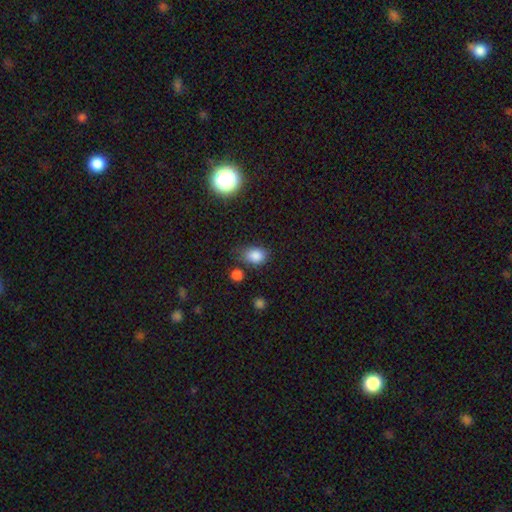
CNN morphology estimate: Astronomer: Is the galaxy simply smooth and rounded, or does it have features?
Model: smooth — 83%.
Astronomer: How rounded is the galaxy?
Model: in between — 66%.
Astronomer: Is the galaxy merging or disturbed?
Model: none — 66%.